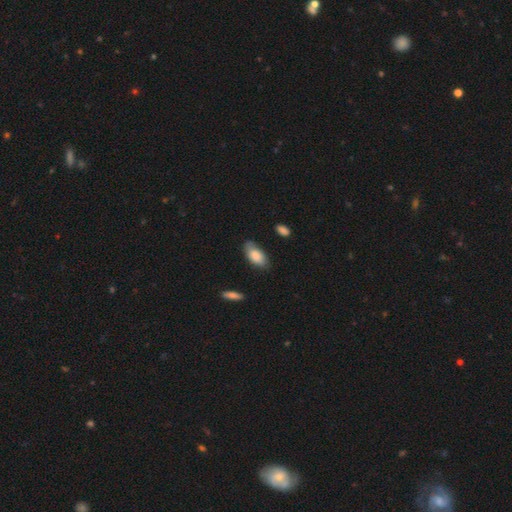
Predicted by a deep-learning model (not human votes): smooth-or-featured: smooth: 82% | featured or disk: 12% | star or artifact: 6%
  how-rounded: in between: 91% | cigar-shaped: 6% | round: 2%
  merging: none: 65% | minor disturbance: 28% | major disturbance: 5% | merger: 2%